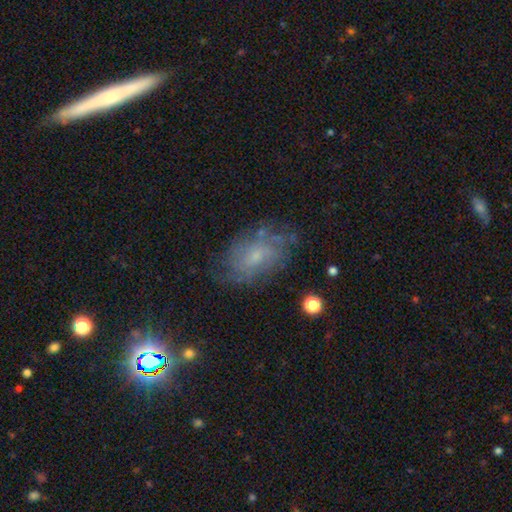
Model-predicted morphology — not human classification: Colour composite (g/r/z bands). It shows a featured or disk galaxy (57%) with no bar (66%), spiral arms (77%) and a small central bulge (63%). Merging: none (67%).